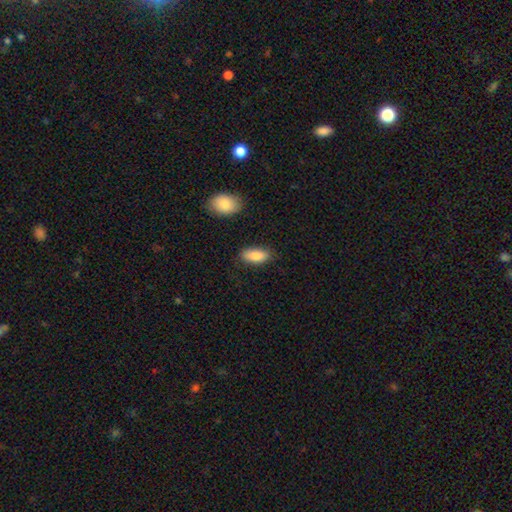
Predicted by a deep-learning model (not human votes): smooth_or_featured: smooth (p=0.86) [alt: featured or disk p=0.08]
how_rounded: in between (p=0.90) [alt: cigar-shaped p=0.07]
merging: none (p=0.82) [alt: minor disturbance p=0.13]